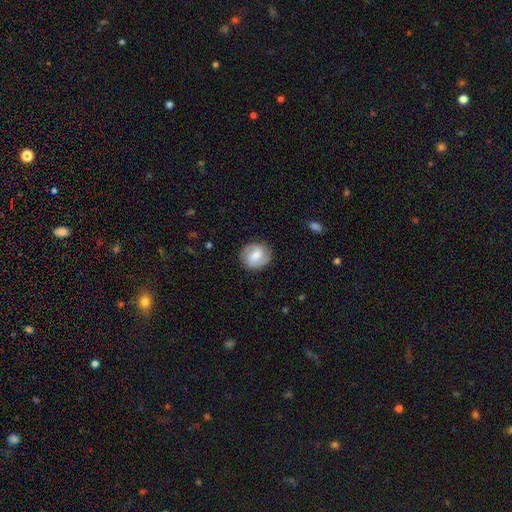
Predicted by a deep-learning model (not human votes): The model was most divided on "spiral winding": medium: 45%, tight: 33%, loose: 22%. Remaining: edge-on disk — no (98%); spiral arms — yes (88%); spiral arm count — 2 (88%); merging — none (85%); smooth or featured — featured or disk (58%); bar — weak (52%); bulge size — moderate (48%).